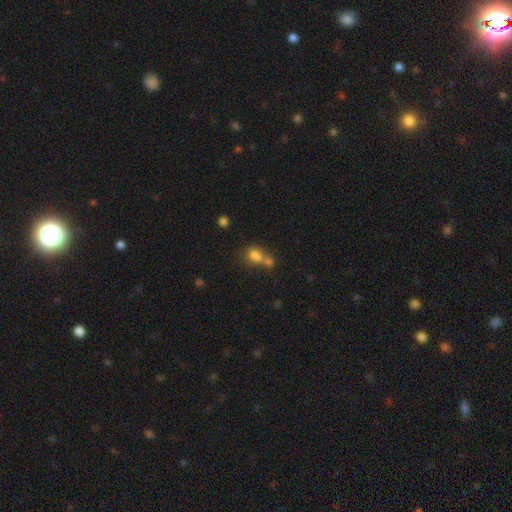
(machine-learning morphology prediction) Smooth or featured? Predicted: smooth (p=0.77). How rounded? Predicted: round (p=0.54). Merging? Predicted: merger (p=0.54).